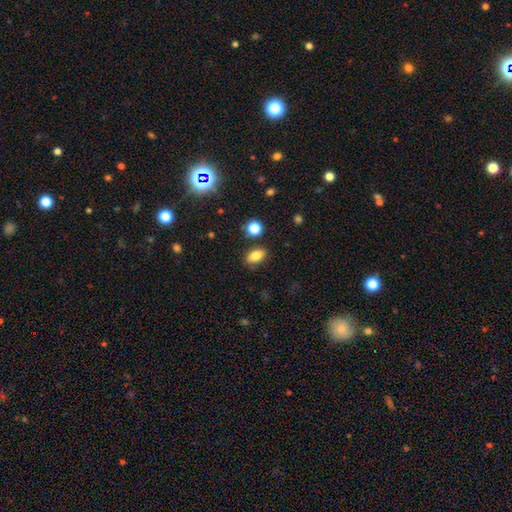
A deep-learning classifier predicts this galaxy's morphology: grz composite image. It shows a smooth galaxy with no disk features (82%) that is in between round and cigar-shaped (87%). Merging: none (82%).